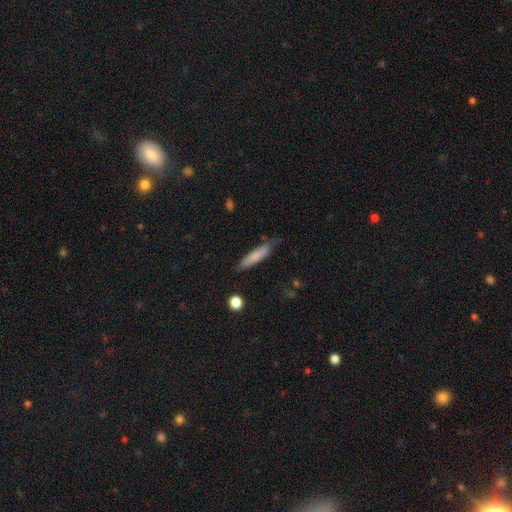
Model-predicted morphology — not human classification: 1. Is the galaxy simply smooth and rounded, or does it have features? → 78% smooth, 16% featured or disk, 6% star or artifact.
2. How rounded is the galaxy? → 81% cigar-shaped, 18% in between, 1% round.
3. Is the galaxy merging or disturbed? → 73% none, 21% minor disturbance, 4% major disturbance, 2% merger.